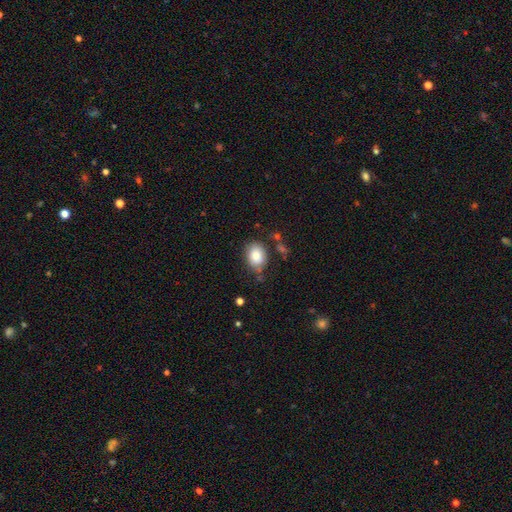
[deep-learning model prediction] Morphology: type=smooth (82%); roundness=in between (64%); merging=none (72%).